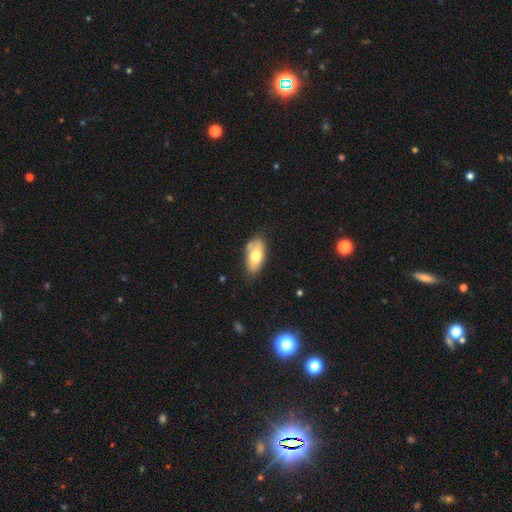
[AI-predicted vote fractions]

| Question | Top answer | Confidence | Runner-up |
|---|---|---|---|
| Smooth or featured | smooth | 66% | featured or disk (27%) |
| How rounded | in between | 92% | cigar-shaped (5%) |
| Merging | none | 66% | minor disturbance (22%) |